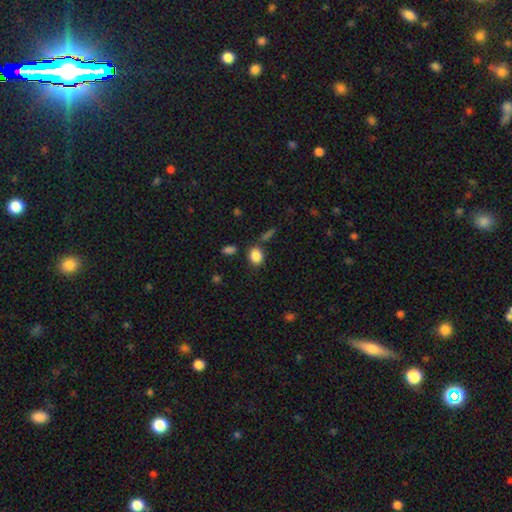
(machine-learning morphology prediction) Smooth or featured? Predicted: smooth (p=0.86). How rounded? Predicted: in between (p=0.59). Merging? Predicted: none (p=0.77).